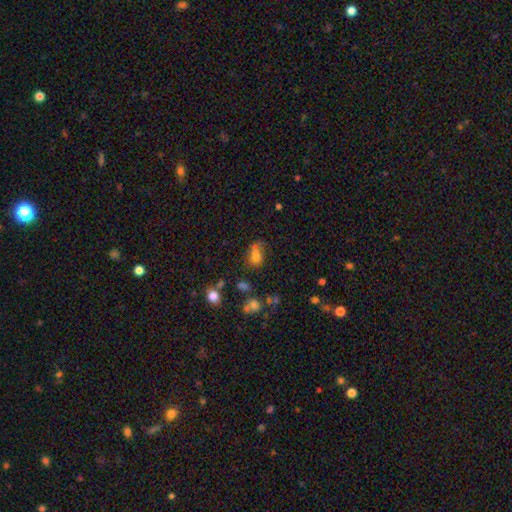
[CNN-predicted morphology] smooth_or_featured: smooth (p=0.68) [alt: star or artifact p=0.18]
how_rounded: in between (p=0.71) [alt: round p=0.26]
merging: none (p=0.40) [alt: minor disturbance p=0.22]